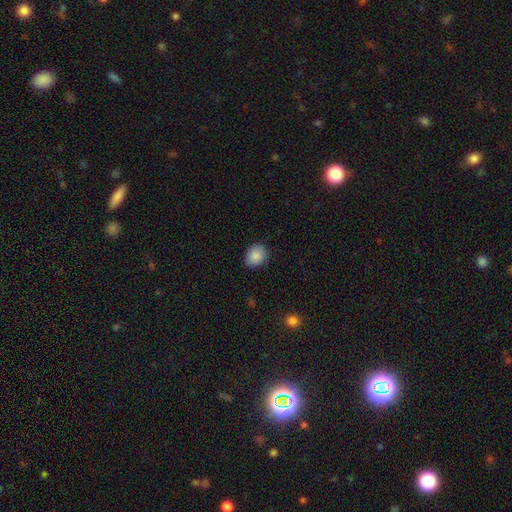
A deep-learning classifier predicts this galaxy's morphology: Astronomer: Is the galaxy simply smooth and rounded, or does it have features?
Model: smooth — 88%.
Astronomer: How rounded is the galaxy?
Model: in between — 53% (runner-up: round, 46%).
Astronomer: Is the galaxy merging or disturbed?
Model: none — 86%.